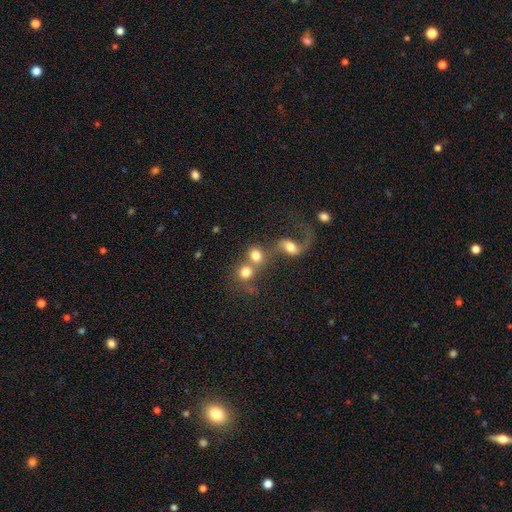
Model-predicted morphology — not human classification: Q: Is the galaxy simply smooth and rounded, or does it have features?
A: smooth — 72%.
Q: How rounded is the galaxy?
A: round — 76%.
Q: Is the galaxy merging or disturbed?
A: merger — 52%.